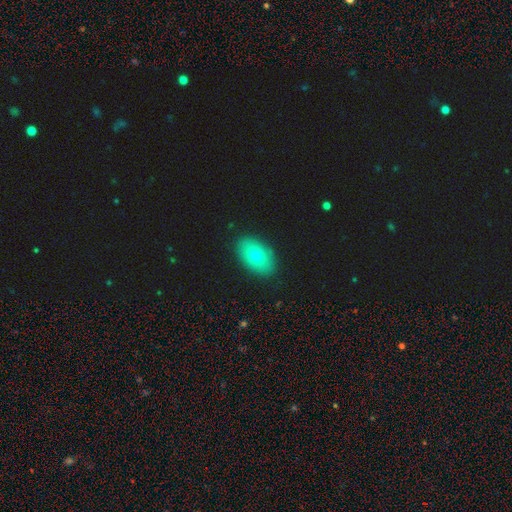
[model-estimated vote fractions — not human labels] A smooth galaxy with no disk features (73%) that is in between round and cigar-shaped (90%).

Vote fractions:
- Smooth or featured? smooth: 73% / featured or disk: 19% / star or artifact: 8%
- How rounded? in between: 90% / round: 9% / cigar-shaped: 2%
- Merging? none: 89% / minor disturbance: 8% / major disturbance: 2% / merger: 1%